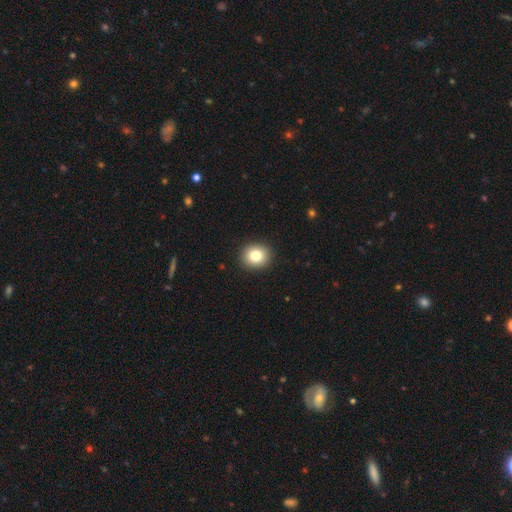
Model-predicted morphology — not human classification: The model was most divided on "how rounded": round: 79%, in between: 20%, cigar-shaped: 1%. More confident: merging — none (92%); smooth or featured — smooth (81%).